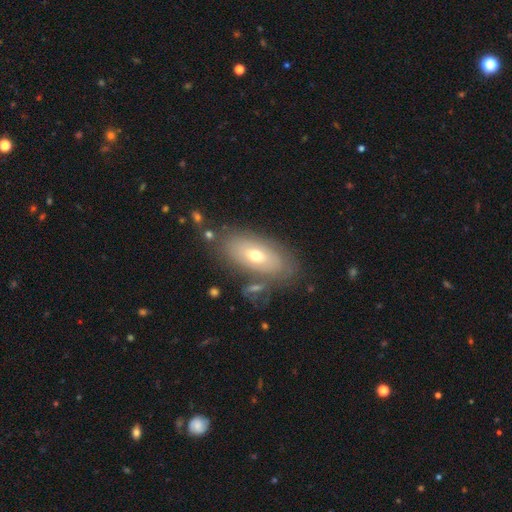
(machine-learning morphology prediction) Smooth or featured? Predicted: smooth (p=0.48). Merging? Predicted: none (p=0.74).